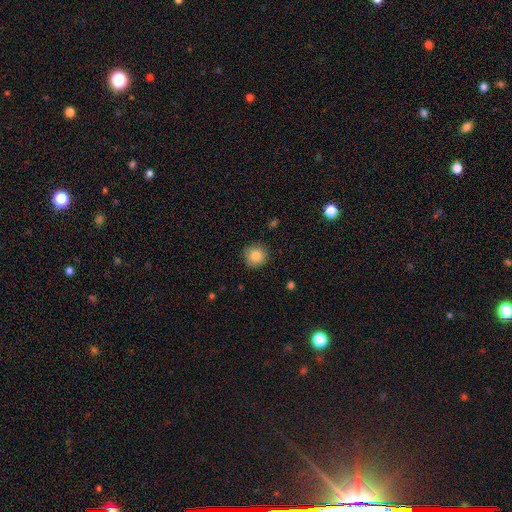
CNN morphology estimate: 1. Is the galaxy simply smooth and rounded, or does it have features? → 85% smooth, 9% star or artifact, 6% featured or disk.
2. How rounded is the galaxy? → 93% round, 6% in between, 1% cigar-shaped.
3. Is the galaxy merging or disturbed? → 87% none, 10% minor disturbance, 2% major disturbance, 1% merger.